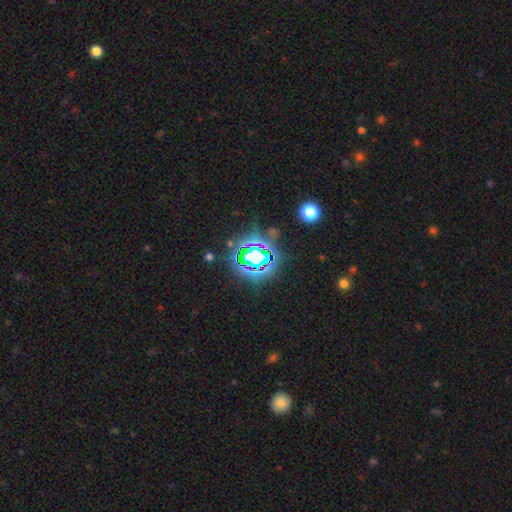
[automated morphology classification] Q: Smooth or featured?
A: star or artifact (73%); runner-up: smooth (16%)